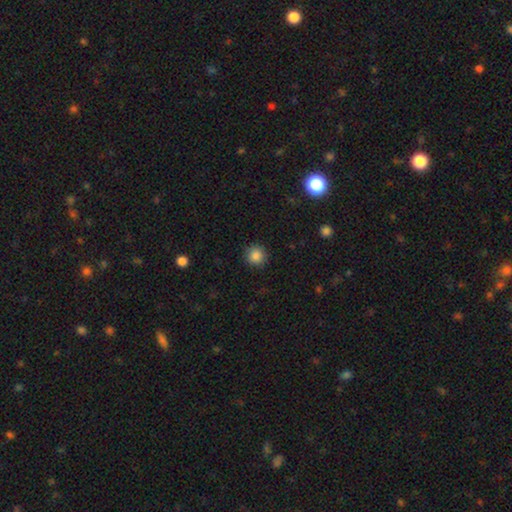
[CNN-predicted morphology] A smooth galaxy with no disk features (86%) that is round (94%). Merging: none (91%).